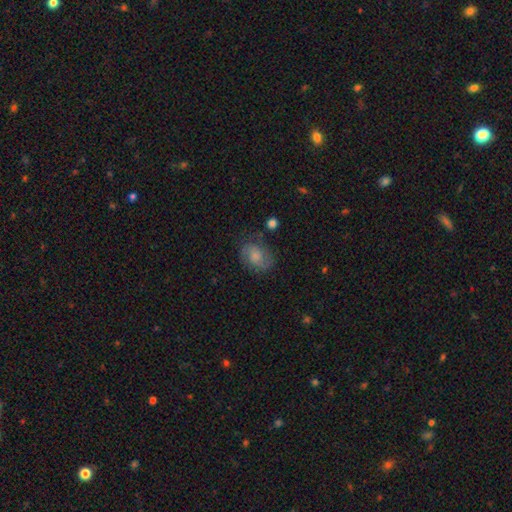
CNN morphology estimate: Smooth or featured? Predicted: smooth (p=0.54). How rounded? Predicted: in between (p=0.61). Merging? Predicted: none (p=0.68).